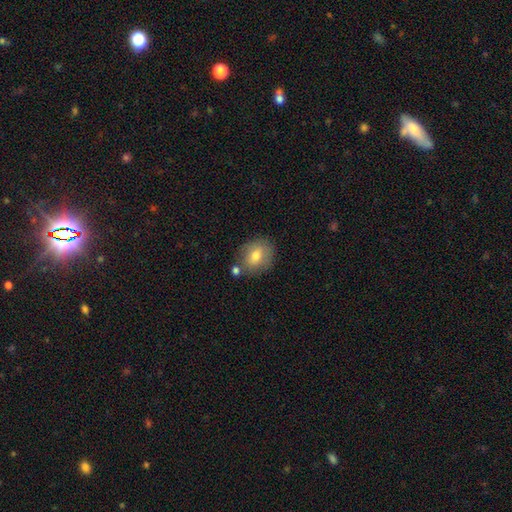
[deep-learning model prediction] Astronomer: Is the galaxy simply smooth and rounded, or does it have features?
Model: smooth — 72%.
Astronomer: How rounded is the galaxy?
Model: round — 54% (runner-up: in between, 45%).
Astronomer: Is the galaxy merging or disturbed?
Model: none — 73%.